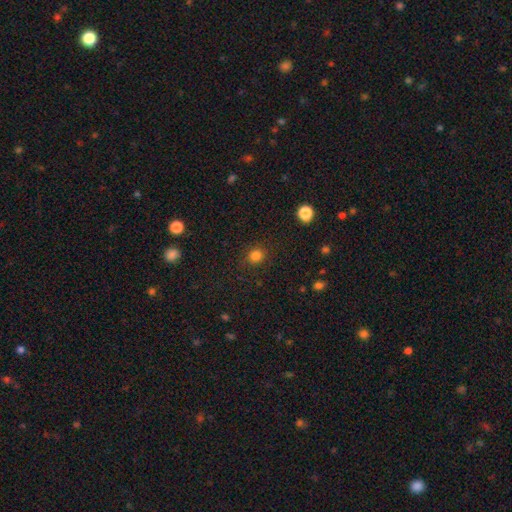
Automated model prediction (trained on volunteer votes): Smooth or featured? smooth (82%)
How rounded? round (83%)
Merging? none (88%)